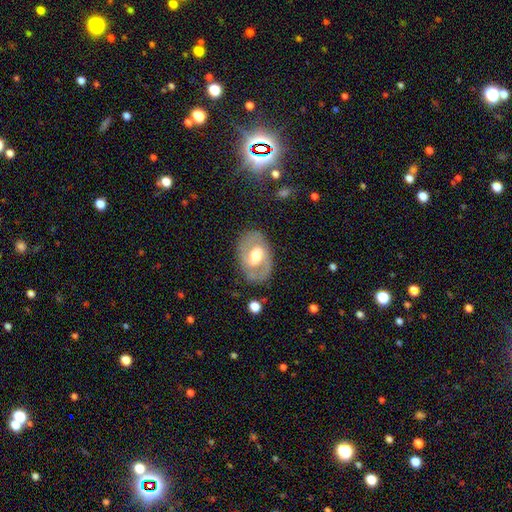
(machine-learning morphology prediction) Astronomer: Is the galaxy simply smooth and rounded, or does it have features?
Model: featured or disk — 70%.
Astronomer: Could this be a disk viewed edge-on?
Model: no — 95%.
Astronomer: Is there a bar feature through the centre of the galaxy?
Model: weak — 47% (runner-up: no, 31%).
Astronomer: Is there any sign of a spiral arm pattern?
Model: yes — 69%.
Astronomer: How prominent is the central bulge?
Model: moderate — 63%.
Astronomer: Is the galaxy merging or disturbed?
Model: none — 77%.